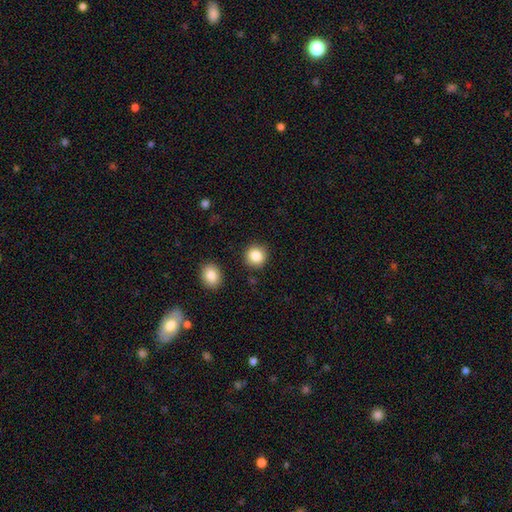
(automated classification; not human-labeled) This appears to be a smooth galaxy with no disk features (86%) that is round (89%). Merging: none (88%).